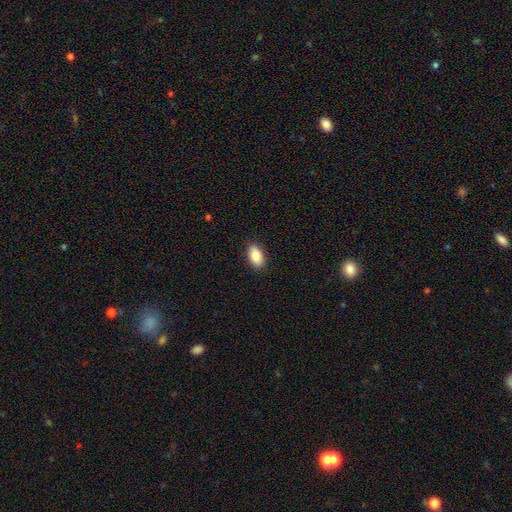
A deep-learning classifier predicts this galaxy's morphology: Smooth or featured: smooth — 87% (star or artifact — 7%)
How rounded: in between — 93% (round — 4%)
Merging: none — 90% (minor disturbance — 8%)